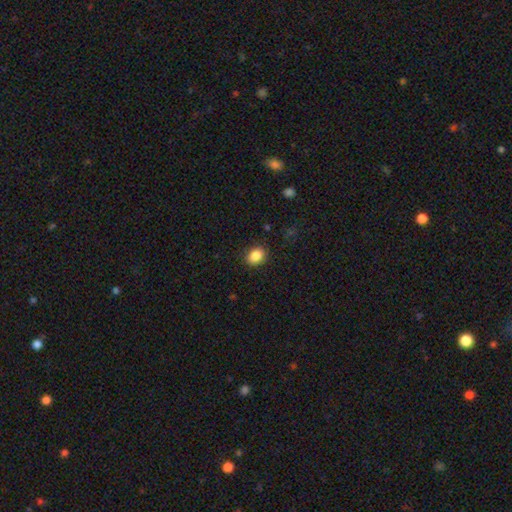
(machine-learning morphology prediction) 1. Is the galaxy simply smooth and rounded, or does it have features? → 87% smooth, 9% star or artifact, 4% featured or disk.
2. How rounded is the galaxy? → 53% in between, 46% round, 1% cigar-shaped.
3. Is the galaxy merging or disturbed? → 87% none, 9% minor disturbance, 3% major disturbance, 1% merger.